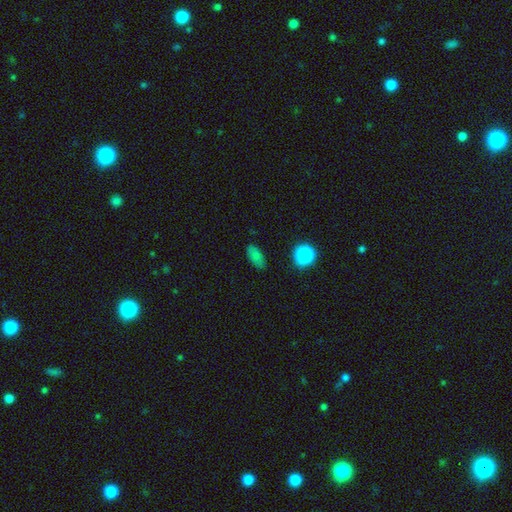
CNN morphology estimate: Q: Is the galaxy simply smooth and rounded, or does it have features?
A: smooth — 76%.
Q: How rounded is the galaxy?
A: in between — 85%.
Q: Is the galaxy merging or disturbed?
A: none — 82%.